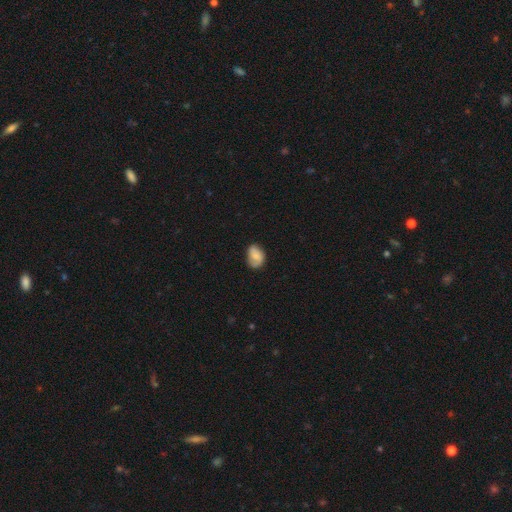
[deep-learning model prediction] Smooth or featured? Predicted: smooth (p=0.68). How rounded? Predicted: in between (p=0.72). Merging? Predicted: none (p=0.63).